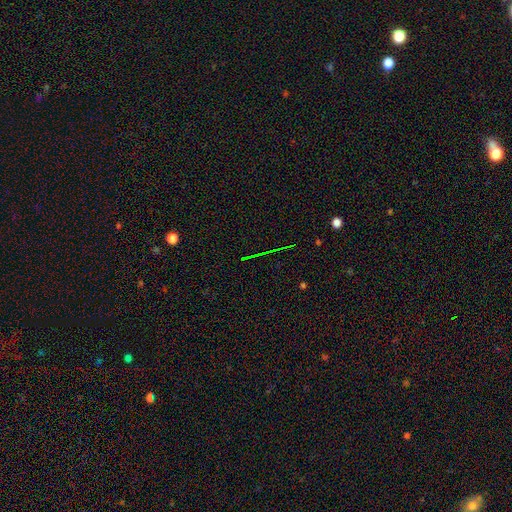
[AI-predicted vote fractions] This is likely a star or artifact rather than a galaxy (76%).